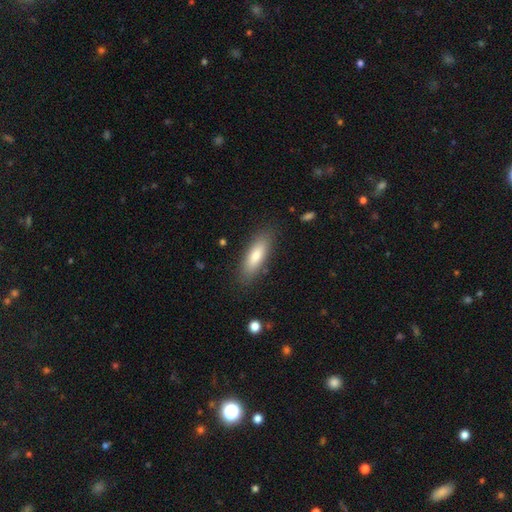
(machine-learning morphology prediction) smooth_or_featured: smooth (p=0.77) [alt: featured or disk p=0.17]
how_rounded: in between (p=0.52) [alt: cigar-shaped p=0.46]
merging: none (p=0.85) [alt: minor disturbance p=0.11]